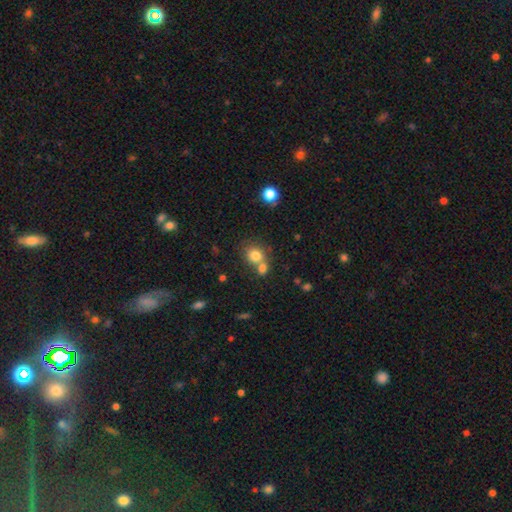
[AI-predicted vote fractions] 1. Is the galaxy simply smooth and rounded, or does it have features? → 78% smooth, 12% star or artifact, 10% featured or disk.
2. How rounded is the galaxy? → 75% round, 24% in between, 1% cigar-shaped.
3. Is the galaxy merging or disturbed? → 47% none, 41% merger, 9% minor disturbance, 3% major disturbance.